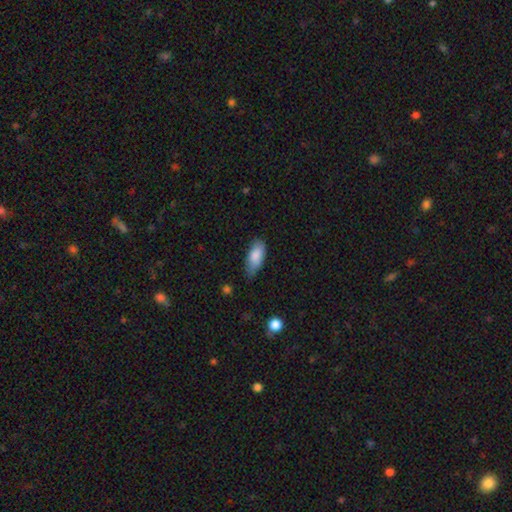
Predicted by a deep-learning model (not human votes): smooth-or-featured: smooth: 85% | featured or disk: 9% | star or artifact: 6%
  how-rounded: in between: 86% | cigar-shaped: 12% | round: 2%
  merging: none: 59% | minor disturbance: 33% | major disturbance: 6% | merger: 2%